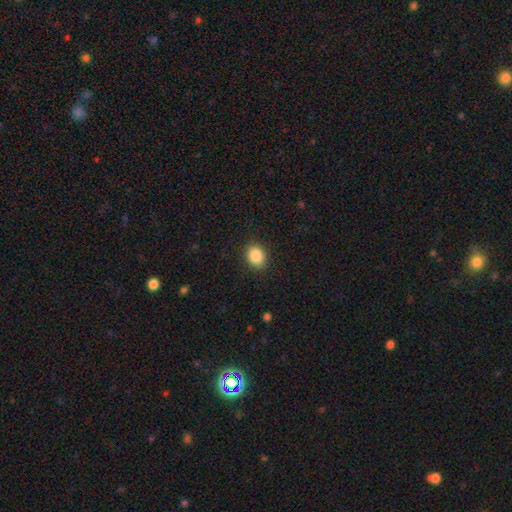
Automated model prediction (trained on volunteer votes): A smooth galaxy with no disk features (87%) that is in between round and cigar-shaped (55%).

Vote fractions:
- Smooth or featured? smooth: 87% / star or artifact: 8% / featured or disk: 4%
- How rounded? in between: 55% / round: 44% / cigar-shaped: 1%
- Merging? none: 88% / minor disturbance: 8% / major disturbance: 2% / merger: 1%